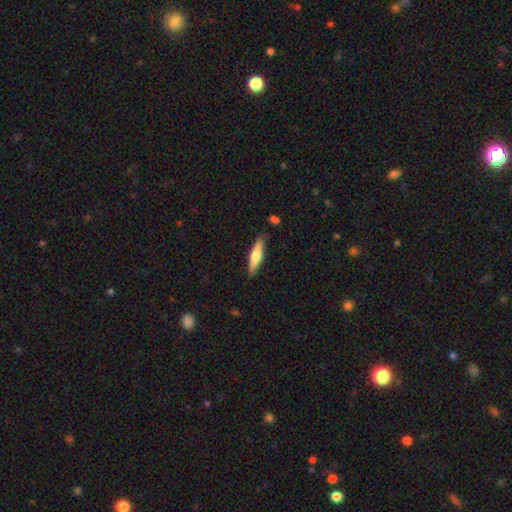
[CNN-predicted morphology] Overall: smooth (54%; featured or disk 41%). How rounded: cigar-shaped (77%). Merging: none (86%).